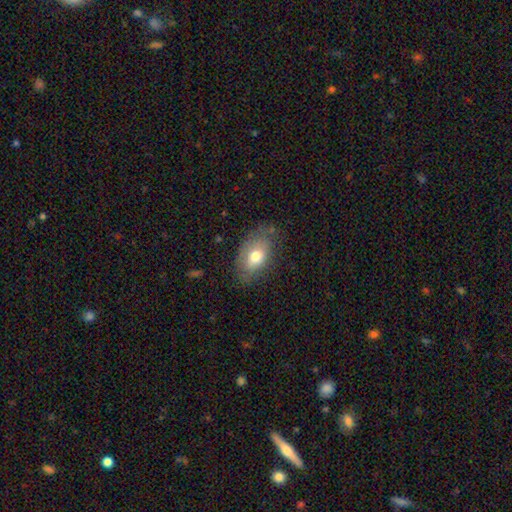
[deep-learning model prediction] Smooth or featured? Predicted: smooth (p=0.71). How rounded? Predicted: in between (p=0.88). Merging? Predicted: none (p=0.67).